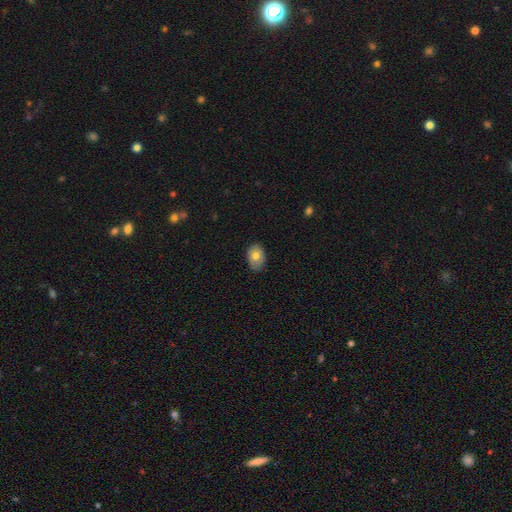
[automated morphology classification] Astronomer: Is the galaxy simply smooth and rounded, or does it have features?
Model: smooth — 78%.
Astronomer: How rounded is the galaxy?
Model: in between — 78%.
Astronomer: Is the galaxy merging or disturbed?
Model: none — 83%.